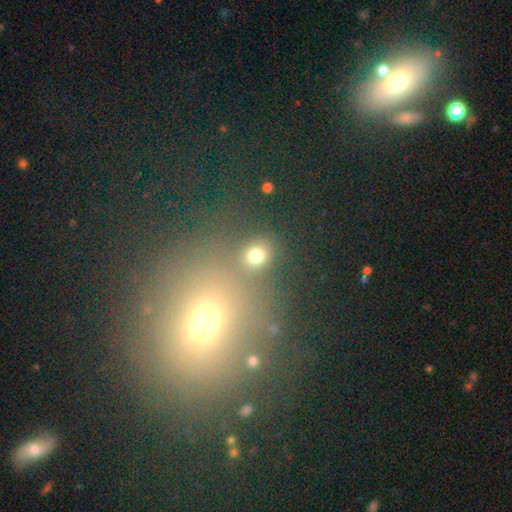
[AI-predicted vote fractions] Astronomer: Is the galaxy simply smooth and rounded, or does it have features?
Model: smooth — 75%.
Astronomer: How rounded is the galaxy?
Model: round — 71%.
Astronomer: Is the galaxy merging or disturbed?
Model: none — 74%.